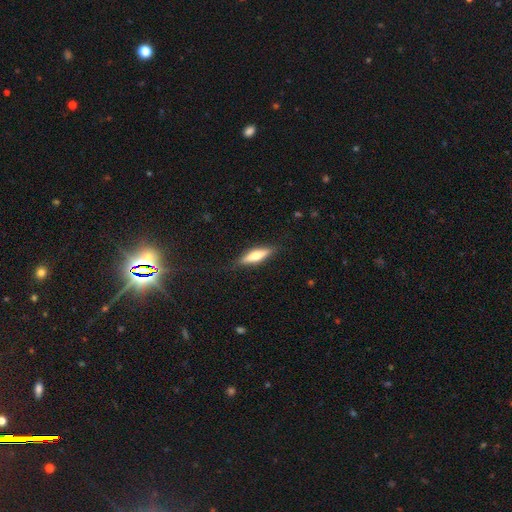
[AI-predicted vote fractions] smooth_or_featured: smooth (p=0.50) [alt: featured or disk p=0.44]
how_rounded: cigar-shaped (p=0.69) [alt: in between p=0.29]
merging: none (p=0.84) [alt: minor disturbance p=0.12]